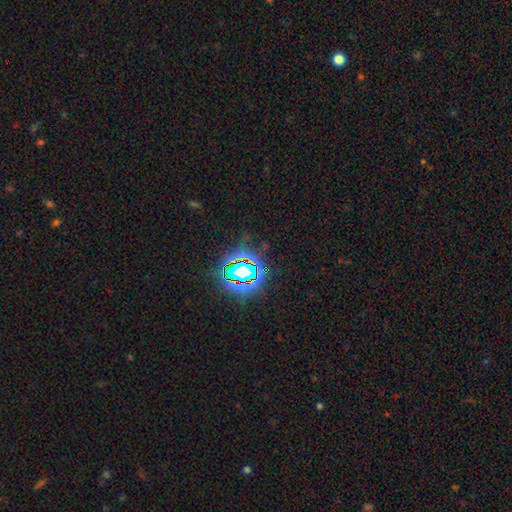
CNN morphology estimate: Smooth or featured? Predicted: star or artifact (p=0.81).